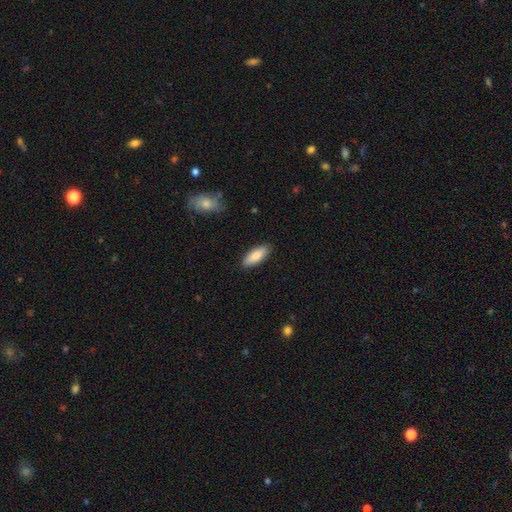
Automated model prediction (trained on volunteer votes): Smooth or featured: smooth — 85% (featured or disk — 9%)
How rounded: in between — 74% (cigar-shaped — 24%)
Merging: none — 88% (minor disturbance — 9%)